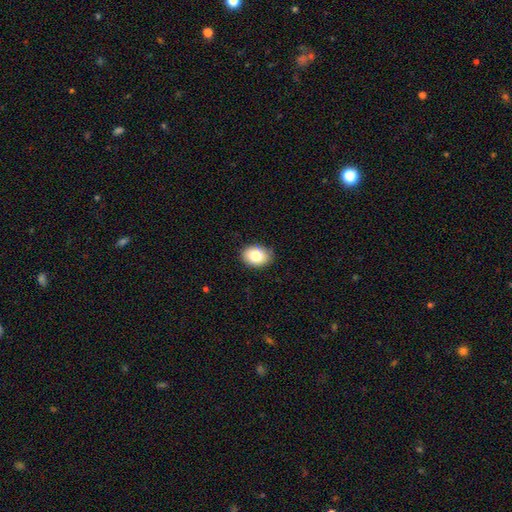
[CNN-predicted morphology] smooth 82%, featured or disk 9%, star or artifact 8%. Down the decision tree: how rounded — in between (72%); merging — none (84%).